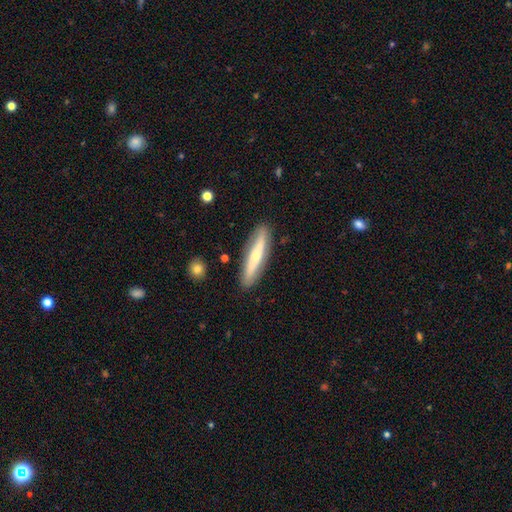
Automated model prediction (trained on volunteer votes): Overall: featured or disk (48%; smooth 46%). Merging: none (88%).